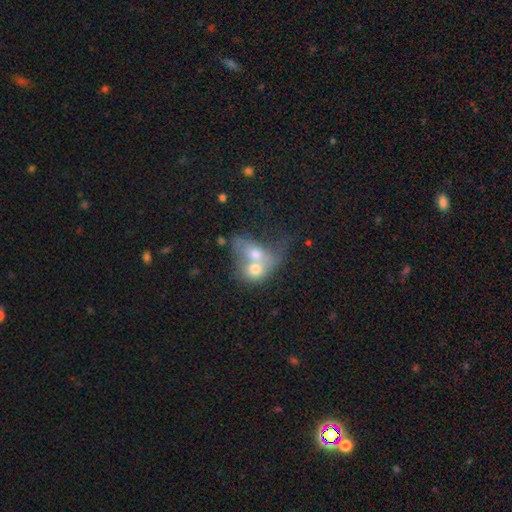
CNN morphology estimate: smooth_or_featured: smooth (p=0.59) [alt: featured or disk p=0.31]
how_rounded: in between (p=0.52) [alt: round p=0.46]
merging: merger (p=0.80) [alt: none p=0.09]